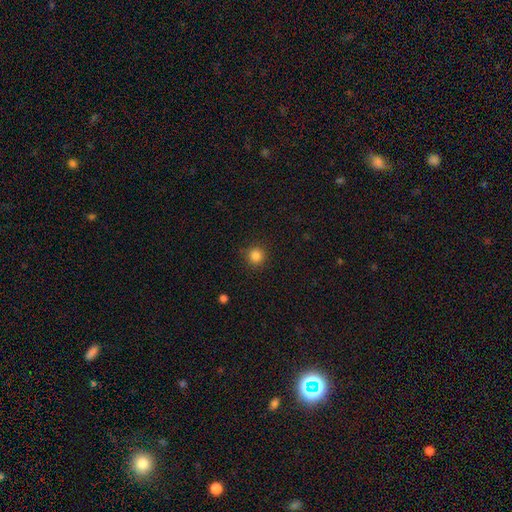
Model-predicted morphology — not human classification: smooth_or_featured: smooth (p=0.85) [alt: star or artifact p=0.11]
how_rounded: round (p=0.94) [alt: in between p=0.05]
merging: none (p=0.89) [alt: minor disturbance p=0.07]